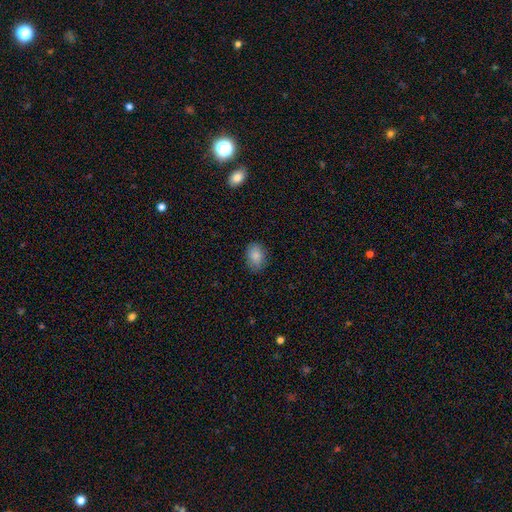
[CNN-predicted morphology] smooth_or_featured: smooth (p=0.86) [alt: star or artifact p=0.08]
how_rounded: in between (p=0.74) [alt: round p=0.25]
merging: none (p=0.84) [alt: minor disturbance p=0.12]